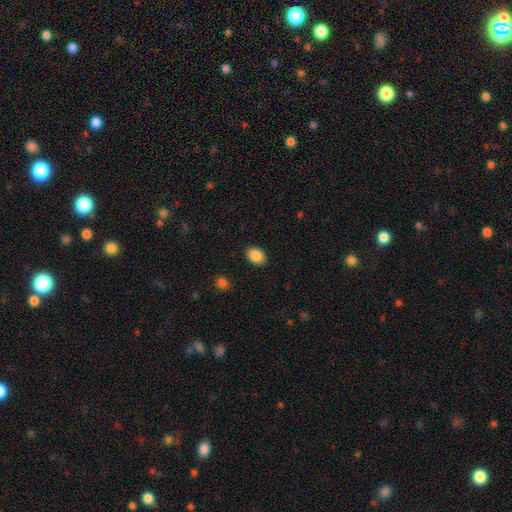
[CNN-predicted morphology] smooth_or_featured: smooth (p=0.88) [alt: star or artifact p=0.08]
how_rounded: in between (p=0.69) [alt: round p=0.30]
merging: none (p=0.89) [alt: minor disturbance p=0.08]